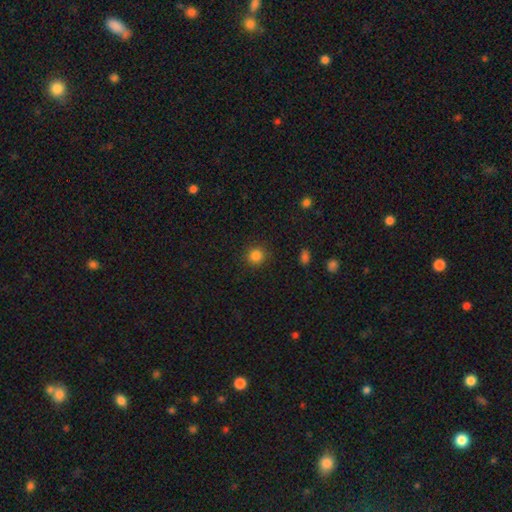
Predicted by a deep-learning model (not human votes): This is clearly a smooth galaxy (84%). How rounded: clearly round (91%). Merging: clearly none (89%).